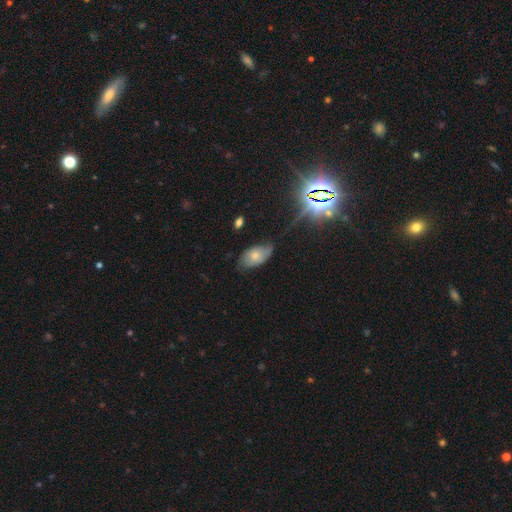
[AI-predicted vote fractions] smooth_or_featured: smooth (p=0.62) [alt: featured or disk p=0.27]
how_rounded: in between (p=0.93) [alt: round p=0.04]
merging: none (p=0.58) [alt: minor disturbance p=0.33]